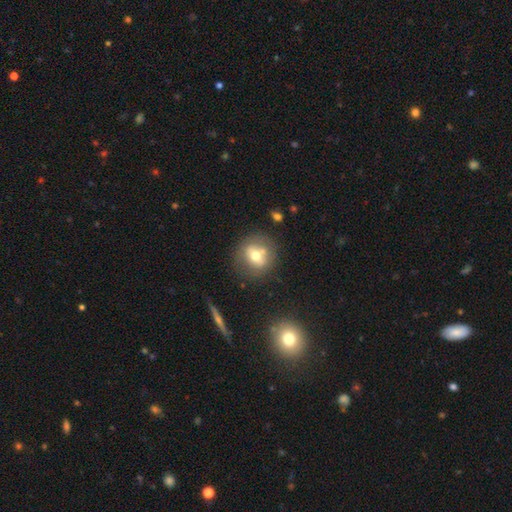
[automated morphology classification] Smooth or featured: smooth — 57% (featured or disk — 32%)
How rounded: round — 81% (in between — 17%)
Merging: none — 70% (minor disturbance — 15%)